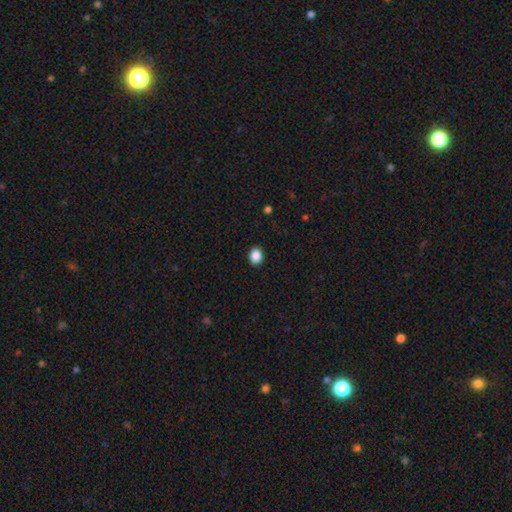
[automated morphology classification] smooth 88%, star or artifact 9%, featured or disk 3%. Down the decision tree: how rounded — round (59%); merging — none (92%).